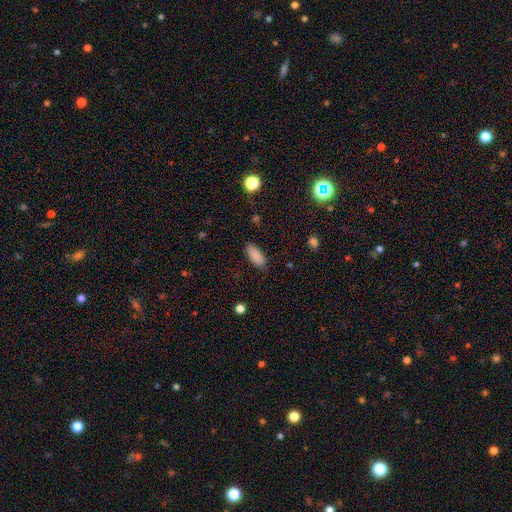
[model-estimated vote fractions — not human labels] smooth 88%, star or artifact 8%, featured or disk 4%. Down the decision tree: how rounded — in between (79%); merging — none (87%).